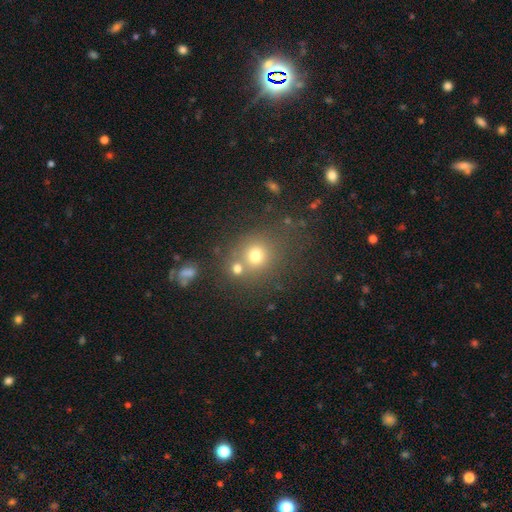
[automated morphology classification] Overall: smooth (70%). How rounded: round (84%). Merging: none (62%).